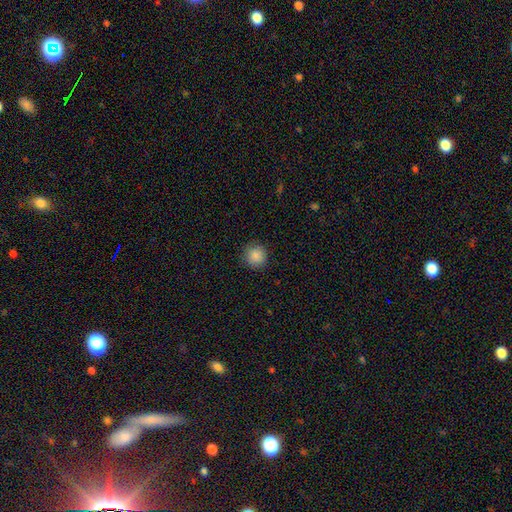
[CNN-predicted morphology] This is clearly a smooth galaxy (87%). How rounded: clearly round (94%). Merging: clearly none (89%).